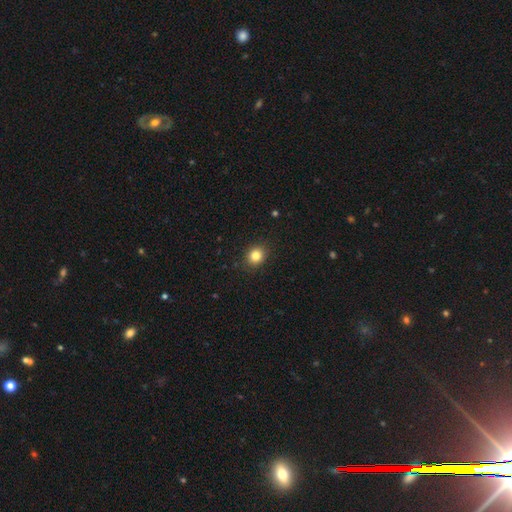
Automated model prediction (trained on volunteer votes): Overall: smooth (83%). How rounded: round (72%). Merging: none (90%).